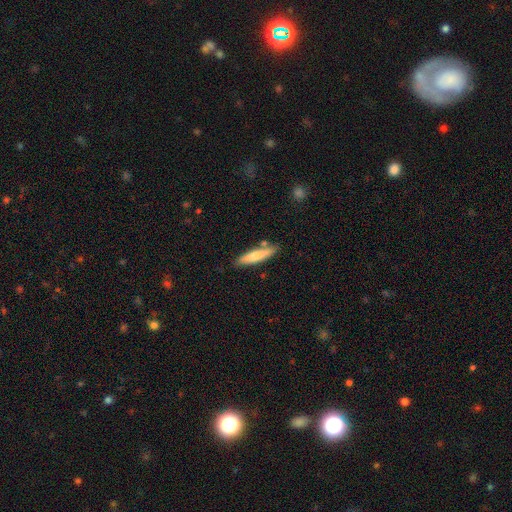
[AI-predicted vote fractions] A smooth galaxy with no disk features (72%) that is cigar-shaped (81%). Merging: none (76%).